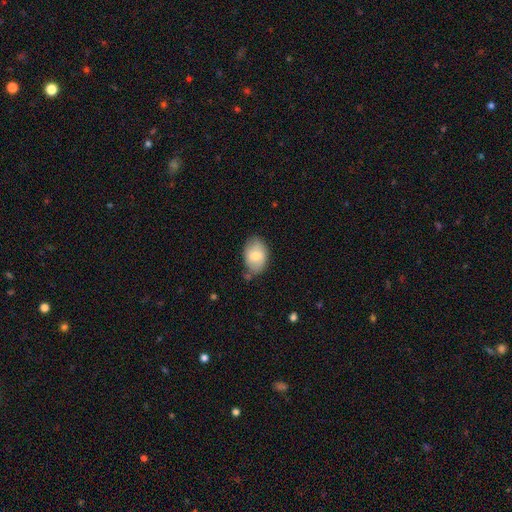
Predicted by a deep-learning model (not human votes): The model was most divided on "smooth or featured": smooth: 67%, featured or disk: 26%, star or artifact: 7%. More confident: how rounded — in between (83%); merging — none (66%).